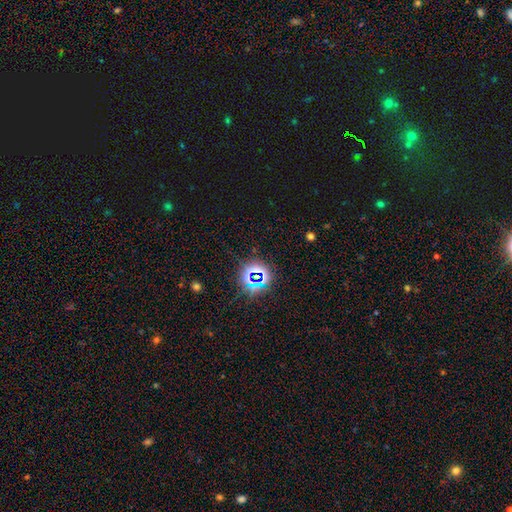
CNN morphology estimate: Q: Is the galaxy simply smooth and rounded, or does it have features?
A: star or artifact — 78%.